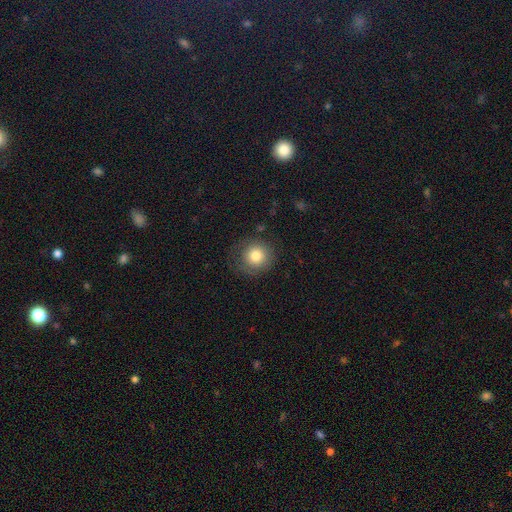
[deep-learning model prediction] smooth_or_featured: smooth (p=0.80) [alt: featured or disk p=0.10]
how_rounded: round (p=0.91) [alt: in between p=0.08]
merging: none (p=0.76) [alt: minor disturbance p=0.15]